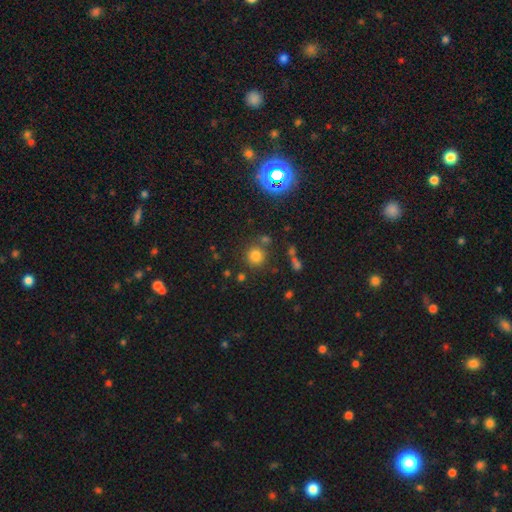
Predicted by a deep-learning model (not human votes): The model was most divided on "smooth or featured": smooth: 74%, star or artifact: 19%, featured or disk: 7%. More confident: how rounded — round (91%); merging — none (77%).